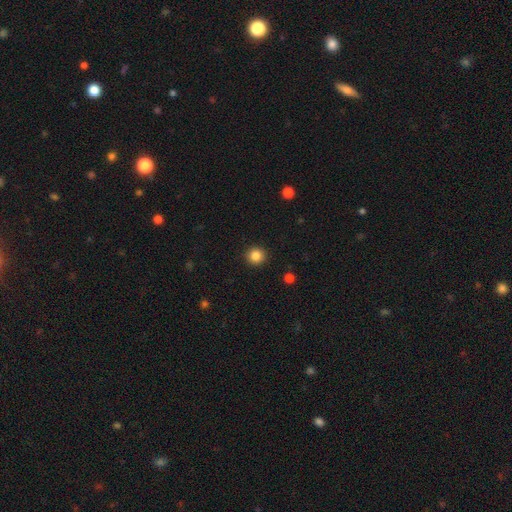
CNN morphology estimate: Q: Smooth or featured?
A: smooth (85%); runner-up: star or artifact (11%)
Q: How rounded?
A: round (94%); runner-up: in between (5%)
Q: Merging?
A: none (93%); runner-up: minor disturbance (5%)